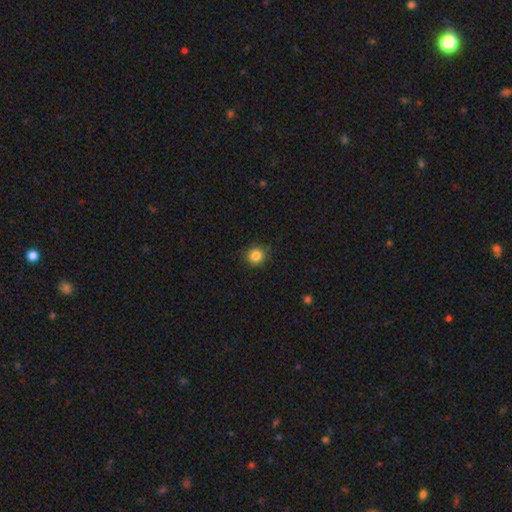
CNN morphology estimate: Q: Smooth or featured?
A: smooth (85%); runner-up: star or artifact (11%)
Q: How rounded?
A: round (91%); runner-up: in between (8%)
Q: Merging?
A: none (88%); runner-up: minor disturbance (9%)